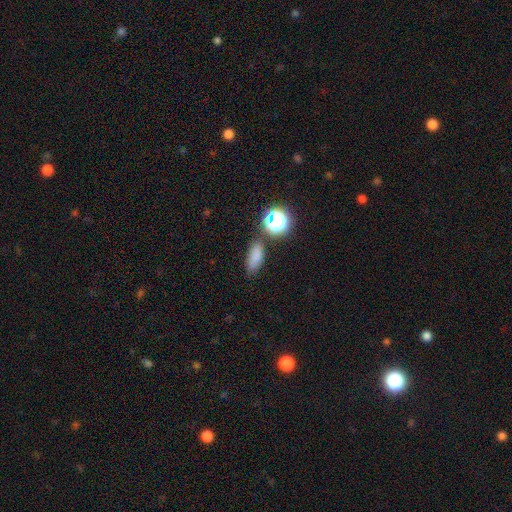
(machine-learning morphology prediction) Smooth or featured?
  - smooth: 73% *
  - star or artifact: 18%
  - featured or disk: 8%
How rounded?
  - in between: 74% *
  - cigar-shaped: 14%
  - round: 12%
Merging?
  - none: 72% *
  - minor disturbance: 15%
  - merger: 8%
  - major disturbance: 5%